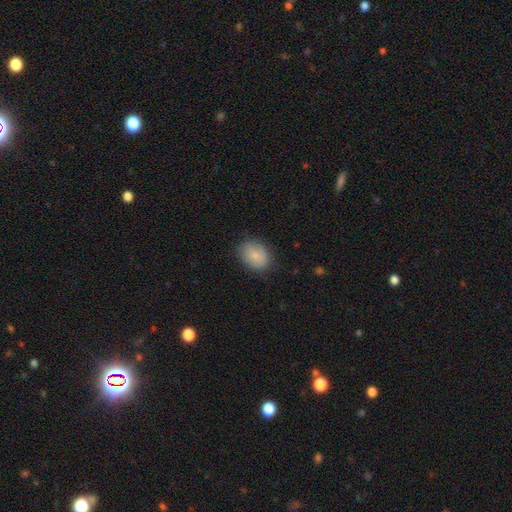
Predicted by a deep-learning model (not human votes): This appears to be a smooth galaxy with no disk features (85%) that is in between round and cigar-shaped (61%). Merging: none (82%).